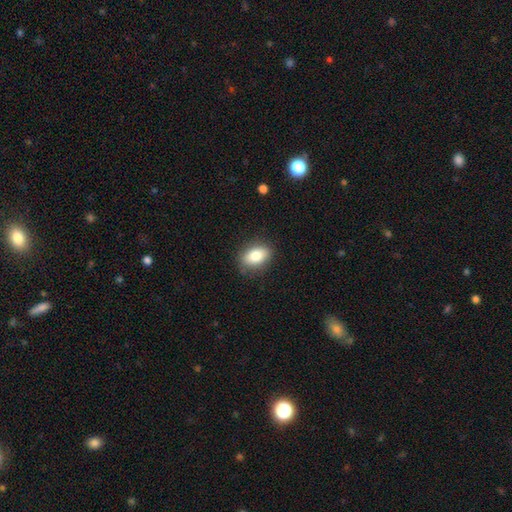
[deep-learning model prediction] smooth_or_featured: smooth (p=0.81) [alt: featured or disk p=0.11]
how_rounded: in between (p=0.83) [alt: round p=0.15]
merging: none (p=0.84) [alt: minor disturbance p=0.12]